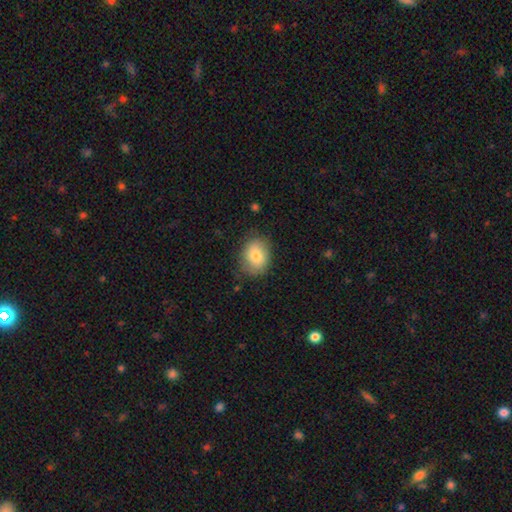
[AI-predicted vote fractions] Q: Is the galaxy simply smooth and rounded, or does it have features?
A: smooth — 79%.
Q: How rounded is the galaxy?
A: in between — 52%.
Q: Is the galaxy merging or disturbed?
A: none — 77%.